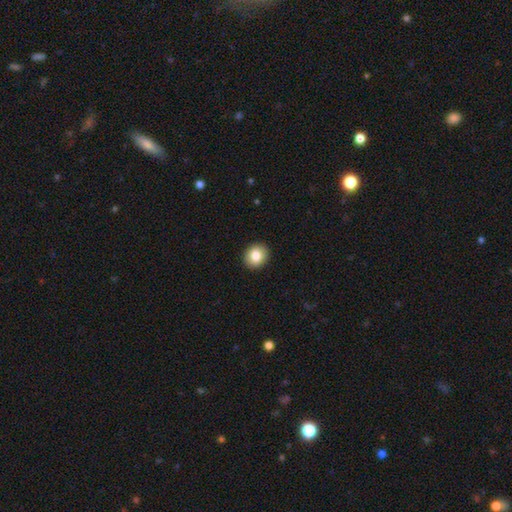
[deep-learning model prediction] Smooth or featured? Predicted: smooth (p=0.84). How rounded? Predicted: round (p=0.70). Merging? Predicted: none (p=0.92).